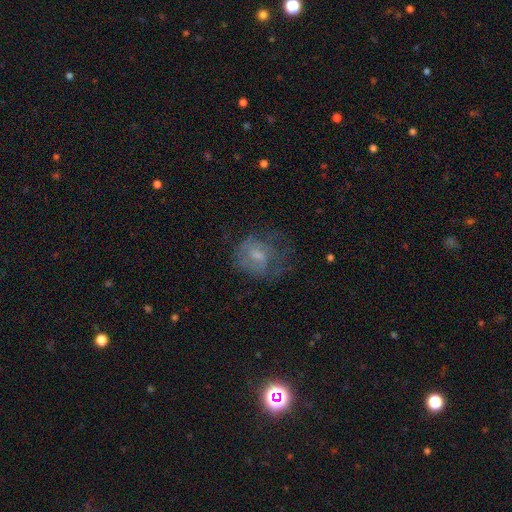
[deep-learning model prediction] Morphology: type=smooth (43%, tied with featured or disk); merging=none (49%).